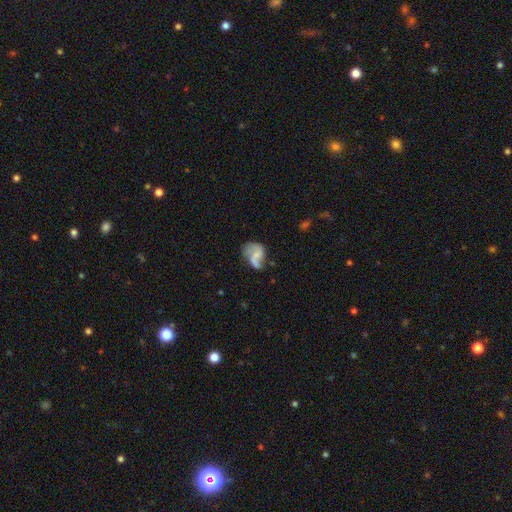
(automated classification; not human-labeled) Q: Smooth or featured?
A: featured or disk (58%); runner-up: smooth (33%)
Q: Edge-on disk?
A: no (98%); runner-up: yes (2%)
Q: Bar?
A: no (57%); runner-up: weak (33%)
Q: Spiral arms?
A: yes (71%); runner-up: no (29%)
Q: Bulge size?
A: small (40%); runner-up: none (39%)
Q: Merging?
A: none (33%); runner-up: major disturbance (31%)